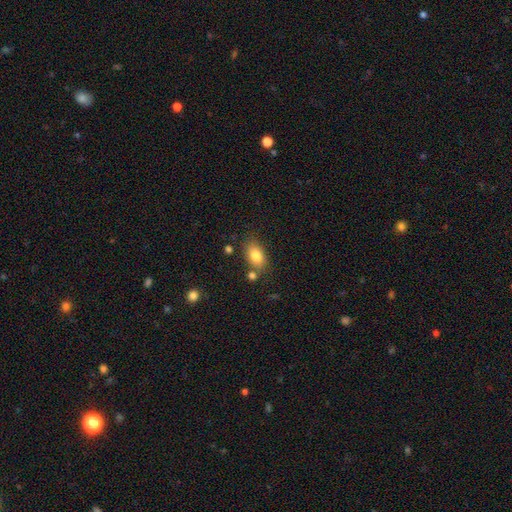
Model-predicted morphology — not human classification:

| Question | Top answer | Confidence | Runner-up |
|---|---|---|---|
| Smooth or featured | smooth | 82% | featured or disk (10%) |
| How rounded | in between | 87% | round (11%) |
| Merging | none | 71% | minor disturbance (14%) |